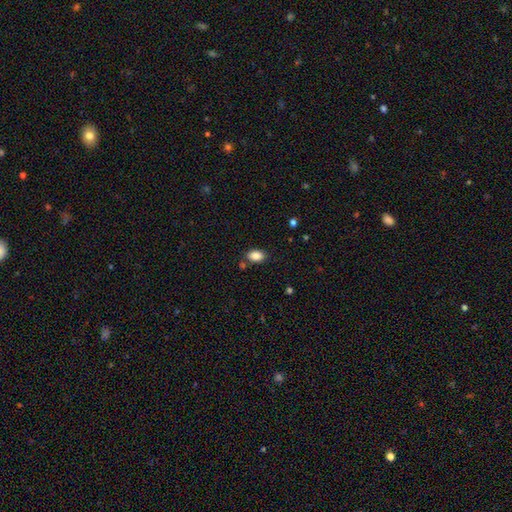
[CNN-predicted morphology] A smooth galaxy with no disk features (87%) that is in between round and cigar-shaped (87%). Merging: none (79%).